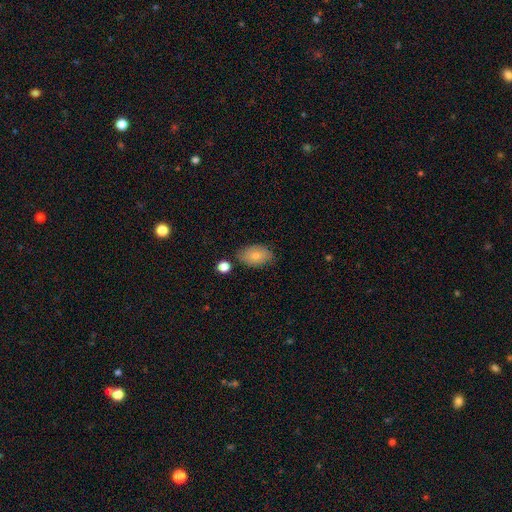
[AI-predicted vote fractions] Morphology: type=smooth (78%); roundness=in between (89%); merging=none (74%).